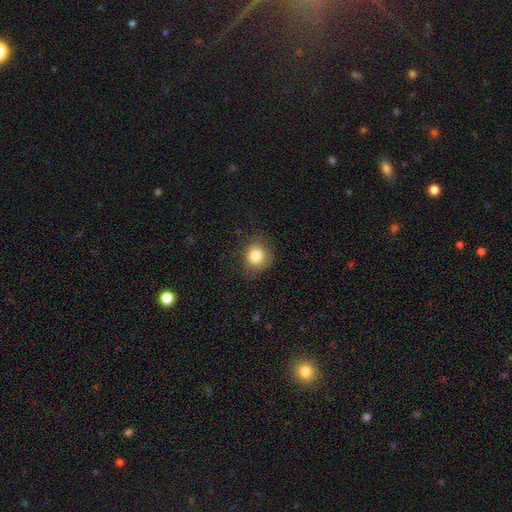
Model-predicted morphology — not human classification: Smooth or featured? Predicted: smooth (p=0.81). How rounded? Predicted: round (p=0.82). Merging? Predicted: none (p=0.74).